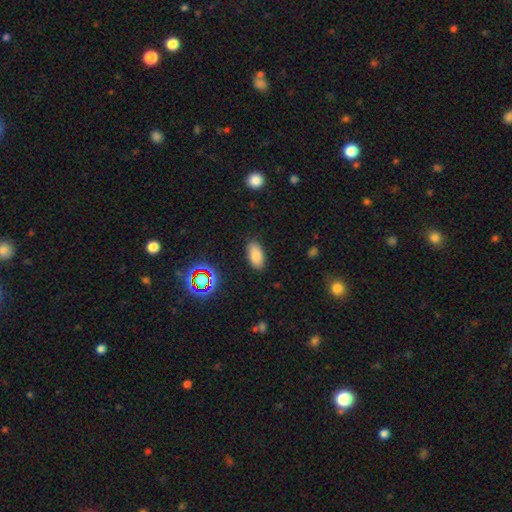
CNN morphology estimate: A smooth galaxy with no disk features (81%) that is in between round and cigar-shaped (92%). Merging: none (85%).